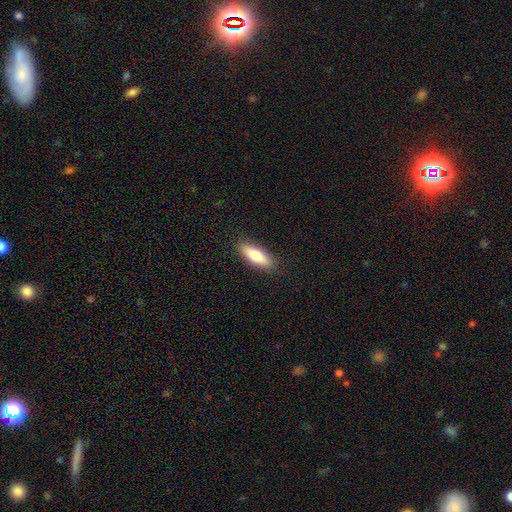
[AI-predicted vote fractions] Smooth or featured?
  - smooth: 74% *
  - featured or disk: 20%
  - star or artifact: 6%
How rounded?
  - in between: 57% *
  - cigar-shaped: 41%
  - round: 2%
Merging?
  - none: 88% *
  - minor disturbance: 9%
  - major disturbance: 2%
  - merger: 1%